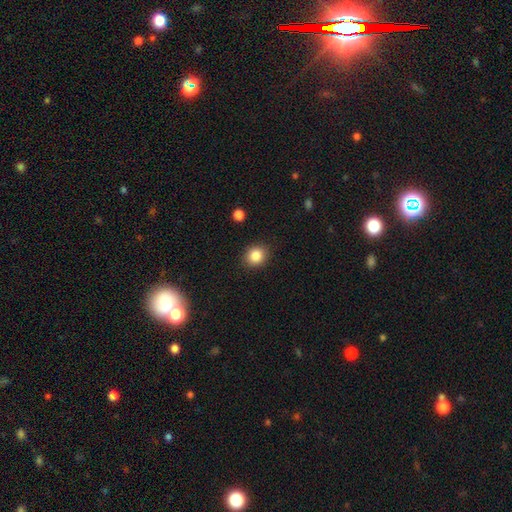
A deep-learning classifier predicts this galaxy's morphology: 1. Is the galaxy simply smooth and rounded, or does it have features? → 85% smooth, 10% star or artifact, 5% featured or disk.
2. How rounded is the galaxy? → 73% round, 26% in between, 1% cigar-shaped.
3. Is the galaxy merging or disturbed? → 88% none, 8% minor disturbance, 2% major disturbance, 1% merger.